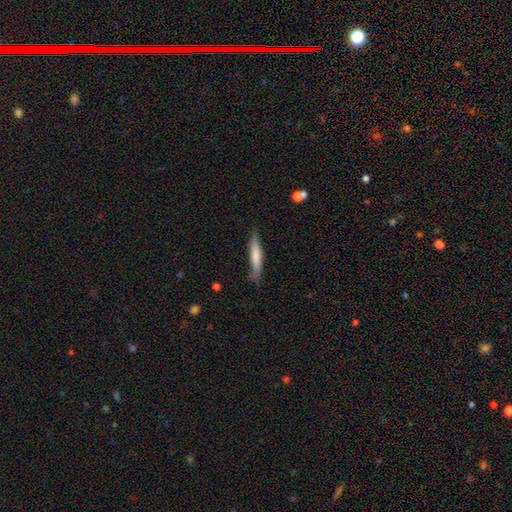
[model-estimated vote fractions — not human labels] Q: Smooth or featured?
A: smooth (69%); runner-up: featured or disk (26%)
Q: How rounded?
A: cigar-shaped (91%); runner-up: in between (8%)
Q: Merging?
A: none (81%); runner-up: minor disturbance (14%)